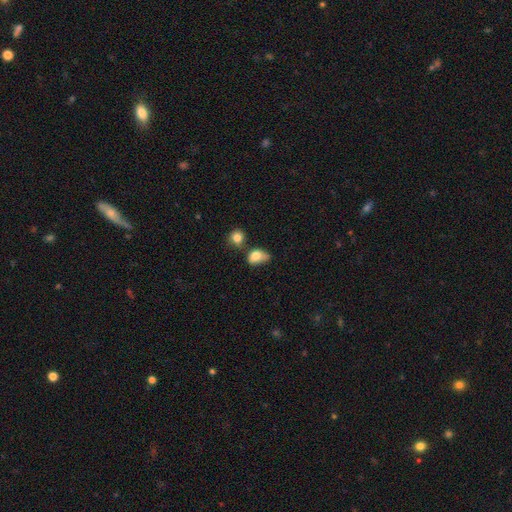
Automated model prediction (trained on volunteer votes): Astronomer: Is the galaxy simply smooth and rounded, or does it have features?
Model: smooth — 78%.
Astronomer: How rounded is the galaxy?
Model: in between — 72%.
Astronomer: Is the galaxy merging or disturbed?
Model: none — 32%, tied with minor disturbance at 32%.